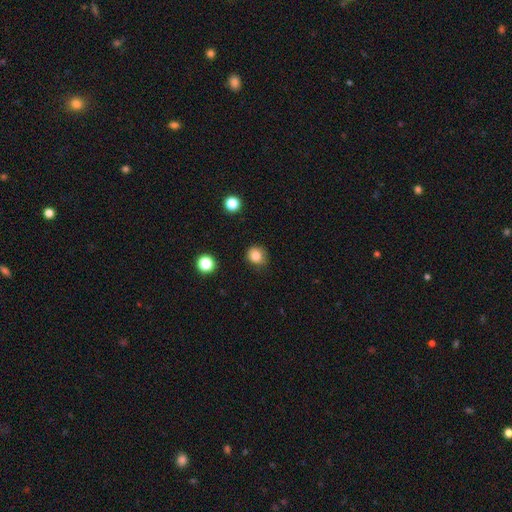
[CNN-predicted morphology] Overall: smooth (83%). How rounded: round (81%). Merging: none (81%).